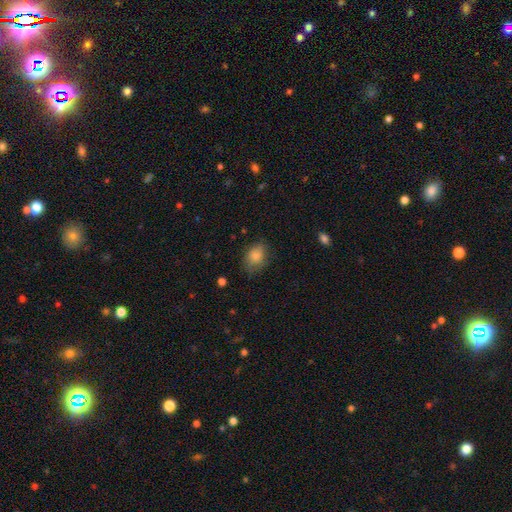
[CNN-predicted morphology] Smooth or featured? smooth (84%)
How rounded? in between (69%)
Merging? none (68%)